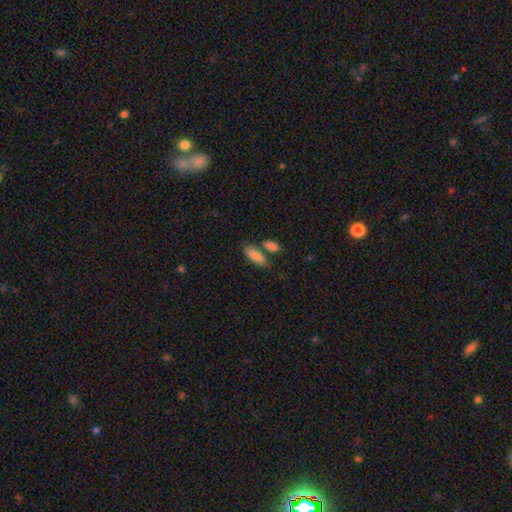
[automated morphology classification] This is clearly a smooth galaxy (83%). How rounded: likely in between (71%). Merging: likely none (60%).